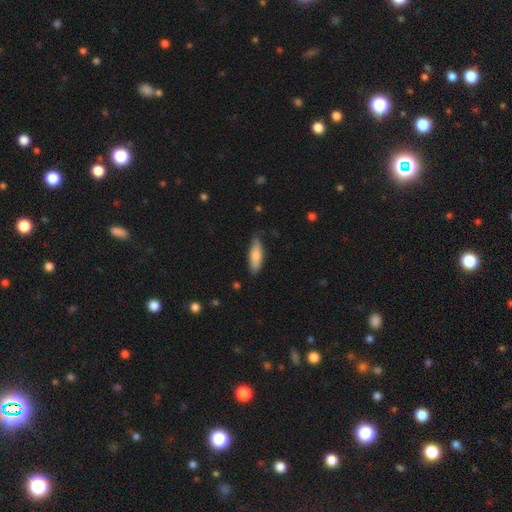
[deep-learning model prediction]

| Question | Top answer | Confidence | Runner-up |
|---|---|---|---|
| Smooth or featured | smooth | 78% | featured or disk (17%) |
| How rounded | in between | 54% | cigar-shaped (45%) |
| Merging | none | 78% | minor disturbance (18%) |